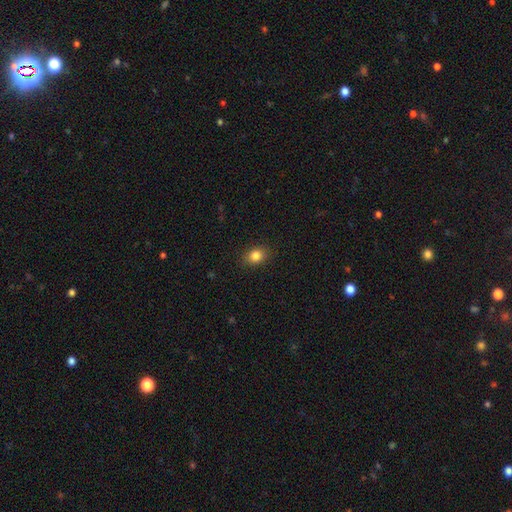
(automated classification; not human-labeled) This appears to be a smooth galaxy with no disk features (84%) that is in between round and cigar-shaped (55%). Merging: none (88%).